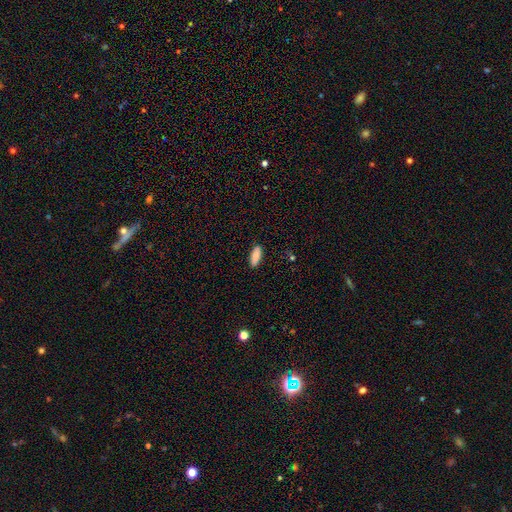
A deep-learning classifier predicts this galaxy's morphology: This is clearly a smooth galaxy (85%). How rounded: likely in between (69%). Merging: clearly none (87%).